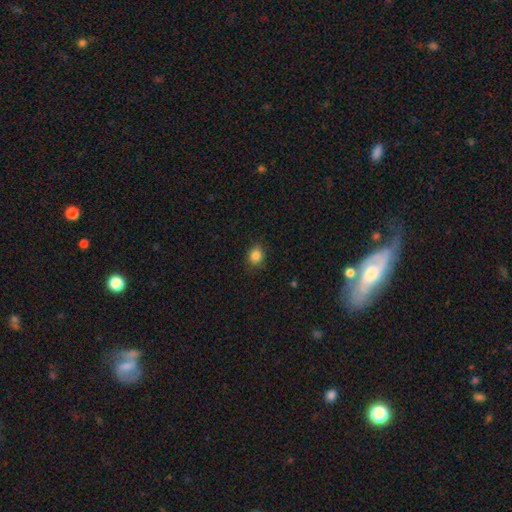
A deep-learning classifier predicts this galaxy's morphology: Smooth or featured? Predicted: smooth (p=0.85). How rounded? Predicted: round (p=0.70). Merging? Predicted: none (p=0.83).